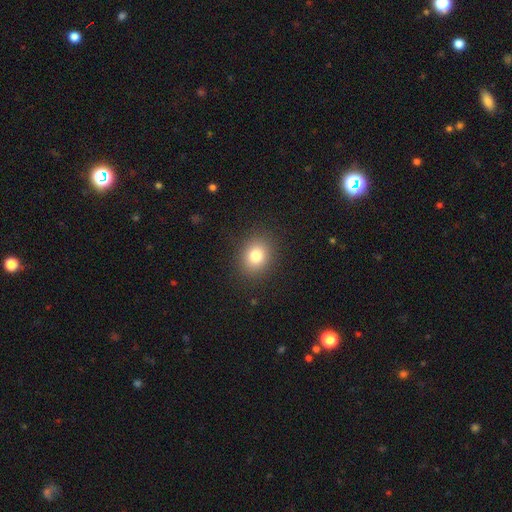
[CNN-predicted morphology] Smooth or featured? Predicted: smooth (p=0.81). How rounded? Predicted: round (p=0.59). Merging? Predicted: none (p=0.88).